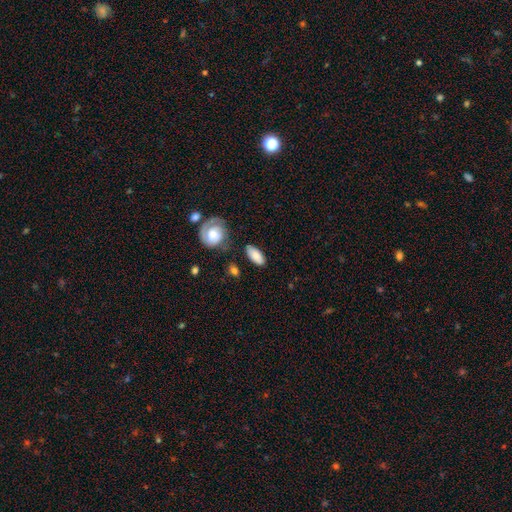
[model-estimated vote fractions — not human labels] A smooth galaxy with no disk features (81%) that is in between round and cigar-shaped (87%). Merging: none (74%).